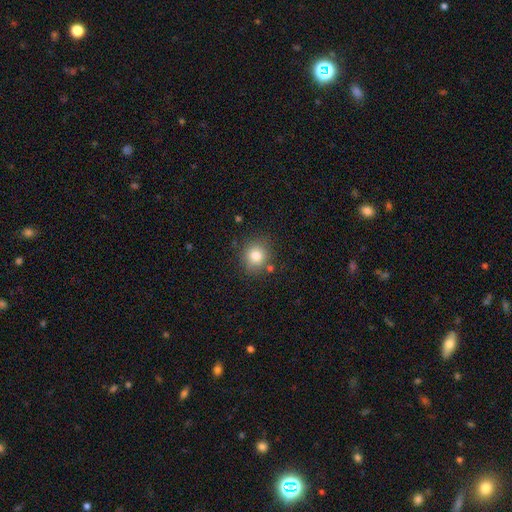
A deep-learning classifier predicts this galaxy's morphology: Smooth or featured: smooth — 81% (star or artifact — 11%)
How rounded: round — 87% (in between — 12%)
Merging: none — 83% (minor disturbance — 10%)